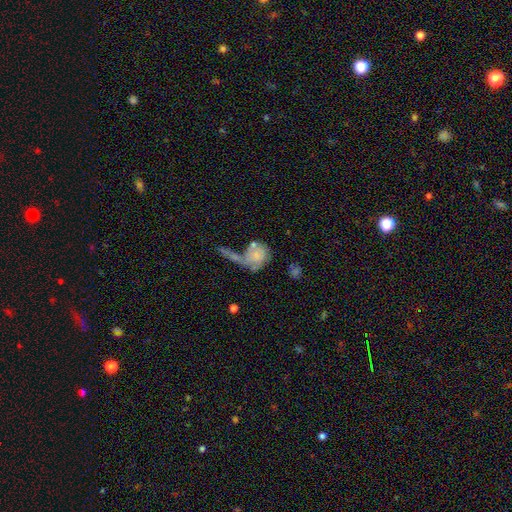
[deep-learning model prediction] Overall: smooth (57%; featured or disk 35%). How rounded: round (60%; in between 38%). Merging: merger (36%; none 26%).